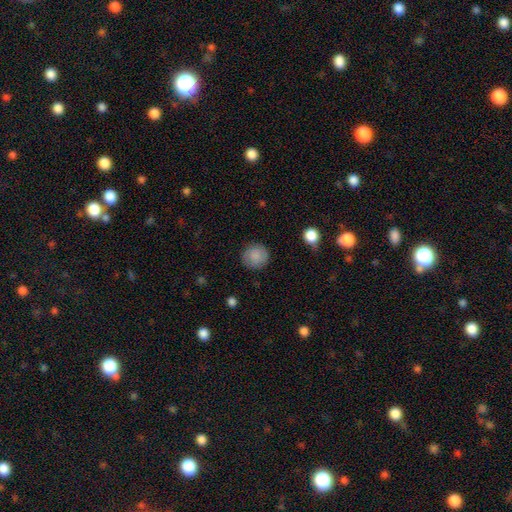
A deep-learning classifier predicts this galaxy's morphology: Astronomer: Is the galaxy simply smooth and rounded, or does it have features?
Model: smooth — 85%.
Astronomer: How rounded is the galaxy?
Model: round — 92%.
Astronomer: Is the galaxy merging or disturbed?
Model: none — 87%.